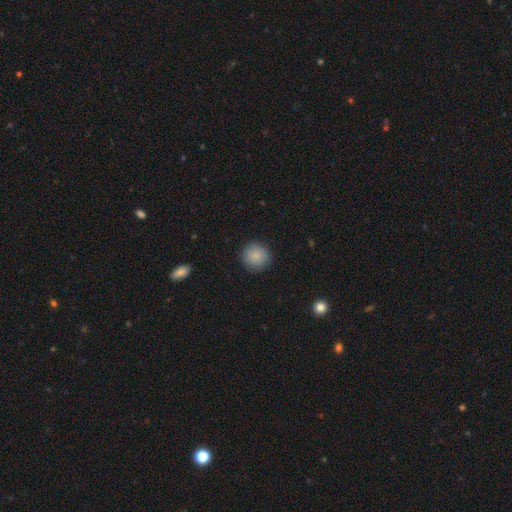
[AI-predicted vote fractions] This is clearly a smooth galaxy (87%). How rounded: clearly round (94%). Merging: clearly none (91%).